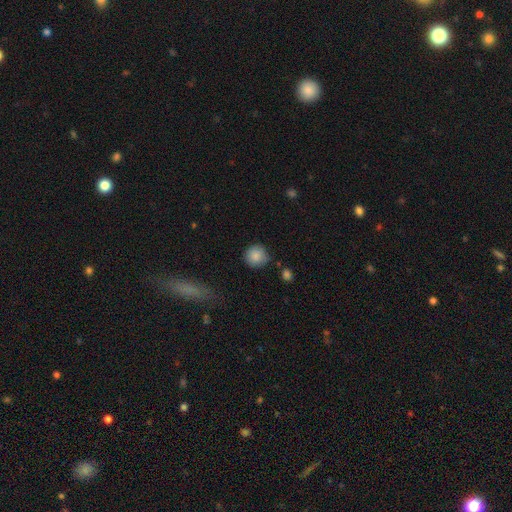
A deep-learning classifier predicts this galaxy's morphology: smooth_or_featured: smooth (p=0.87) [alt: star or artifact p=0.08]
how_rounded: round (p=0.92) [alt: in between p=0.07]
merging: none (p=0.83) [alt: minor disturbance p=0.12]